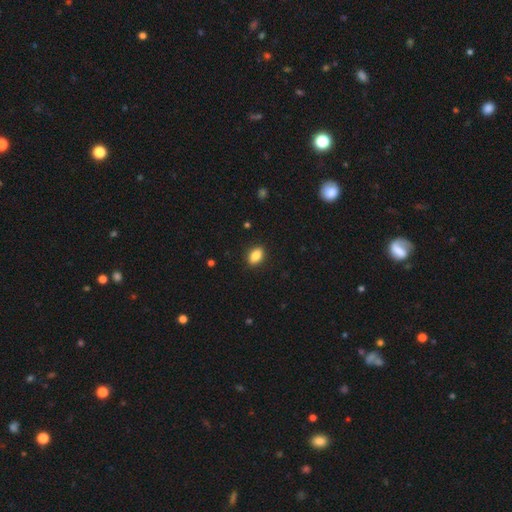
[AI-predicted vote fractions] This is clearly a smooth galaxy (87%). How rounded: clearly in between (87%). Merging: clearly none (89%).